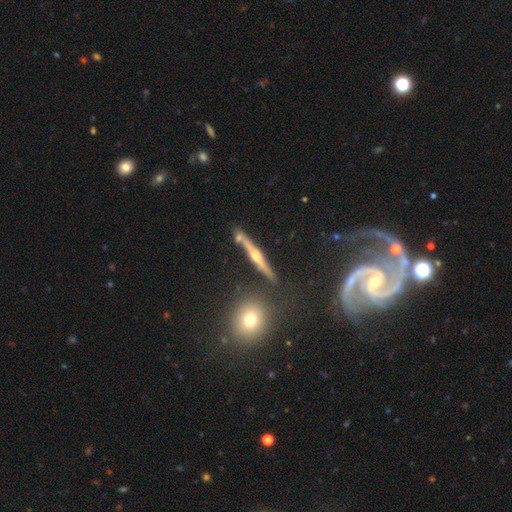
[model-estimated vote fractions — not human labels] Smooth or featured? Predicted: featured or disk (p=0.75). Edge-on disk? Predicted: yes (p=0.96). Edge-on bulge? Predicted: rounded (p=0.87). Merging? Predicted: none (p=0.82).